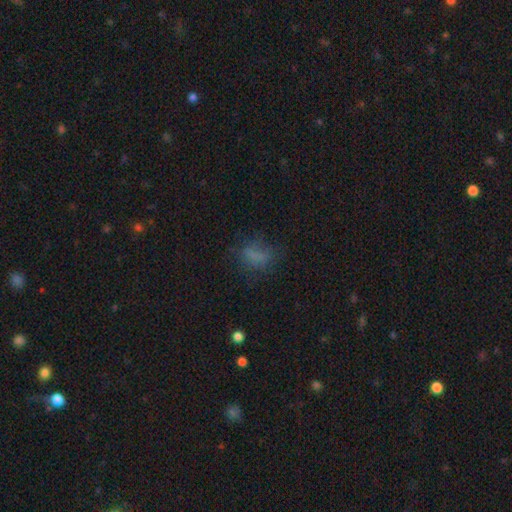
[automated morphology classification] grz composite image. It shows a smooth galaxy with no disk features (66%) that is in between round and cigar-shaped (66%). Merging: none (58%).